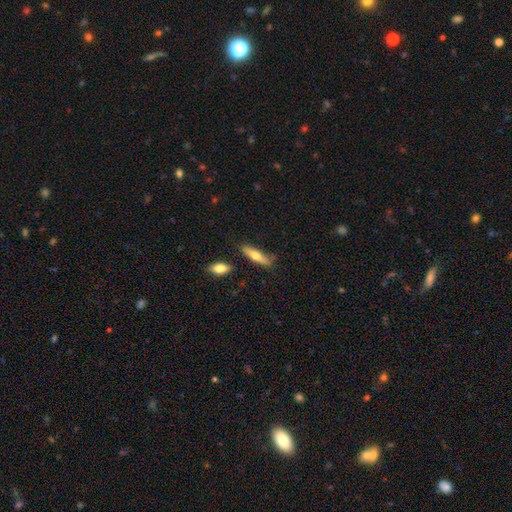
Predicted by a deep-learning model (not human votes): Smooth or featured?
  - smooth: 64% *
  - featured or disk: 30%
  - star or artifact: 6%
How rounded?
  - cigar-shaped: 66% *
  - in between: 32%
  - round: 2%
Merging?
  - none: 77% *
  - minor disturbance: 15%
  - merger: 5%
  - major disturbance: 3%